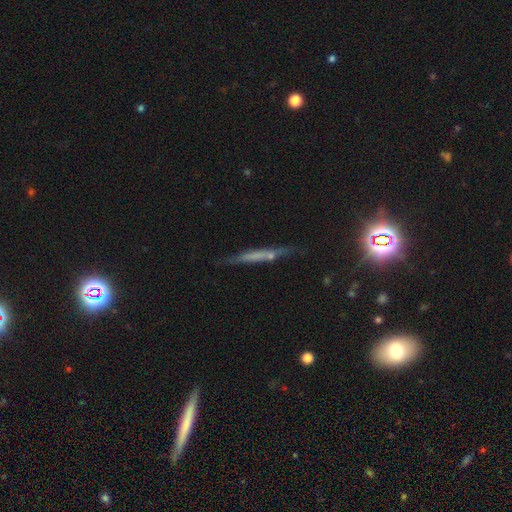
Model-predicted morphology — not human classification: This is possibly a featured or disk galaxy (51%). It is clearly viewed edge-on (92%). Merging: likely none (75%).